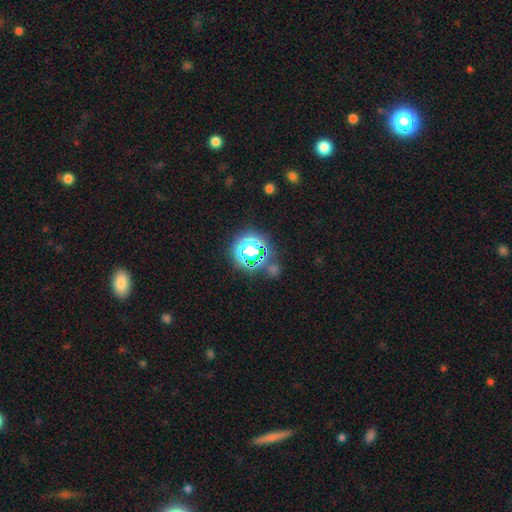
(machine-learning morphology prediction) The model was most divided on "smooth or featured": star or artifact: 72%, smooth: 21%, featured or disk: 7%.